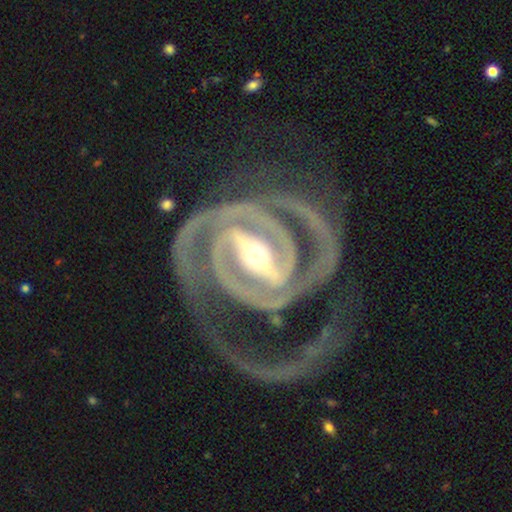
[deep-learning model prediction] Smooth or featured? featured or disk (93%)
Edge-on disk? no (98%)
Bar? strong (78%)
Spiral arms? yes (98%)
Spiral winding? tight (58%)
Spiral arm count? 2 (75%)
Bulge size? moderate (52%)
Merging? none (50%)